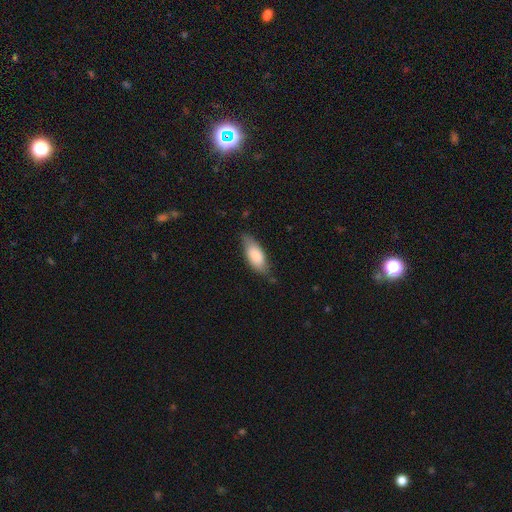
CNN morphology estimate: This is likely a smooth galaxy (77%). How rounded: clearly in between (81%). Merging: likely none (68%).